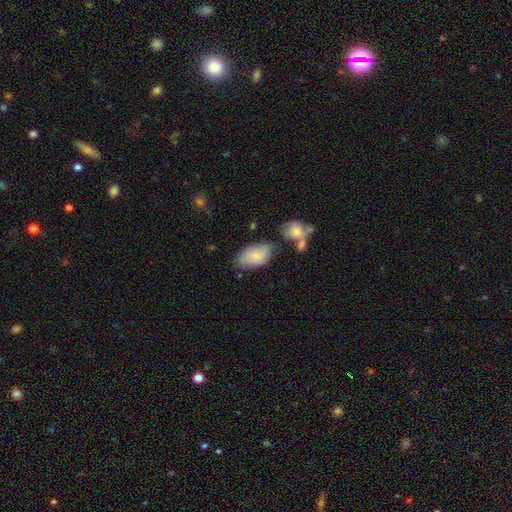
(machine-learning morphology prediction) A smooth galaxy with no disk features (79%) that is in between round and cigar-shaped (93%). Merging: none (59%).